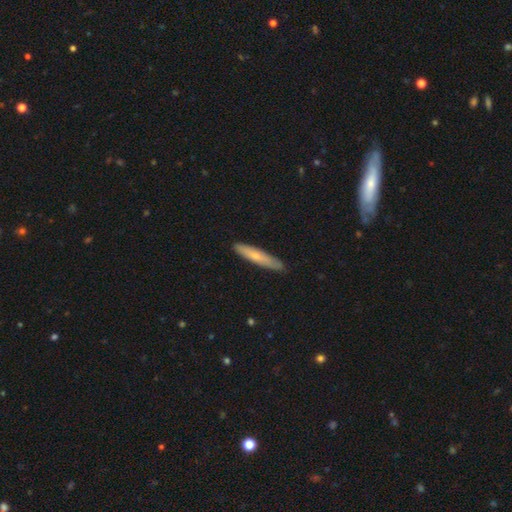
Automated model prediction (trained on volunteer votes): This appears to be a smooth galaxy with no disk features (64%) that is cigar-shaped (91%). Merging: none (87%).